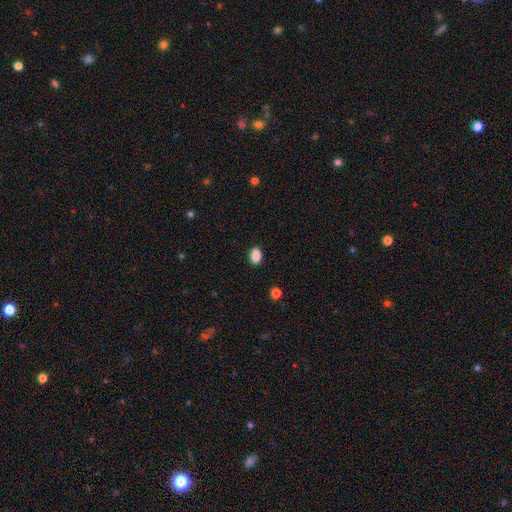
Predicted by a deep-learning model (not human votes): Overall: smooth (88%). How rounded: in between (84%). Merging: none (88%).